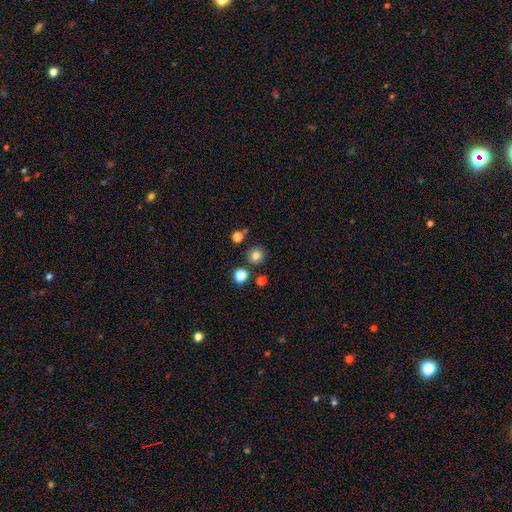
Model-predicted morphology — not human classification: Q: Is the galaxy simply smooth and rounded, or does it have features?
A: smooth — 79%.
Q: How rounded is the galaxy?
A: round — 92%.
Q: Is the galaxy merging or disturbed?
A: none — 85%.